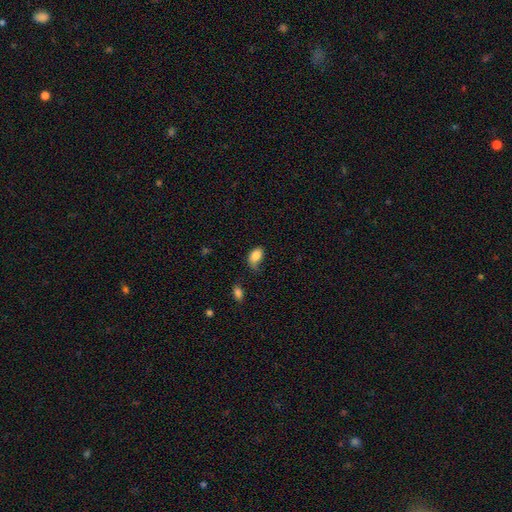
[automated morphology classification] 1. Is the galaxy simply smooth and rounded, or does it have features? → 83% smooth, 9% featured or disk, 8% star or artifact.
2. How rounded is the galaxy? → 86% in between, 12% round, 2% cigar-shaped.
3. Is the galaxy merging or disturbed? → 43% none, 35% minor disturbance, 19% major disturbance, 4% merger.